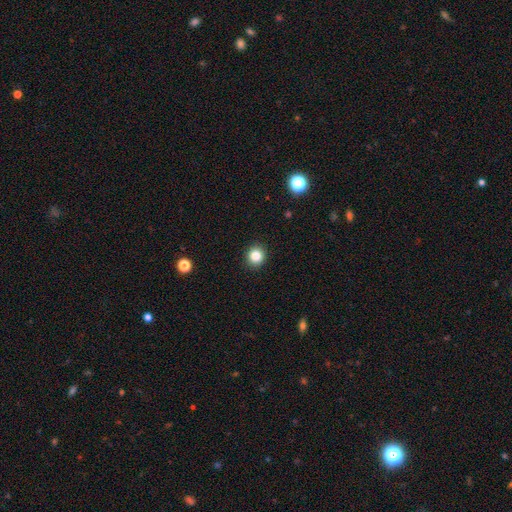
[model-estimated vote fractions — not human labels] A smooth galaxy with no disk features (84%) that is round (88%).

Vote fractions:
- Smooth or featured? smooth: 84% / star or artifact: 11% / featured or disk: 4%
- How rounded? round: 88% / in between: 11% / cigar-shaped: 1%
- Merging? none: 92% / minor disturbance: 6% / major disturbance: 2% / merger: 1%